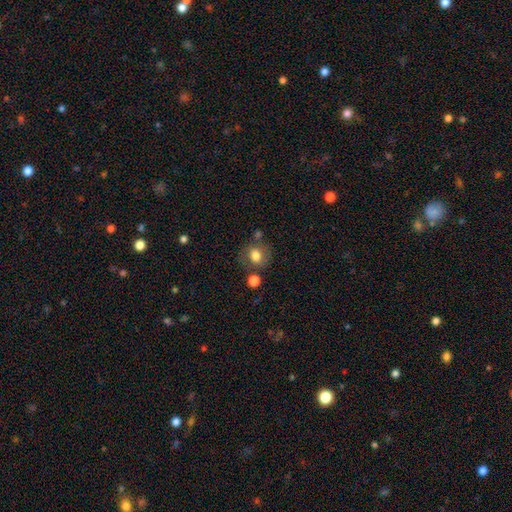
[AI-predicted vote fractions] Smooth or featured: smooth — 76% (featured or disk — 14%)
How rounded: round — 69% (in between — 30%)
Merging: none — 71% (minor disturbance — 15%)